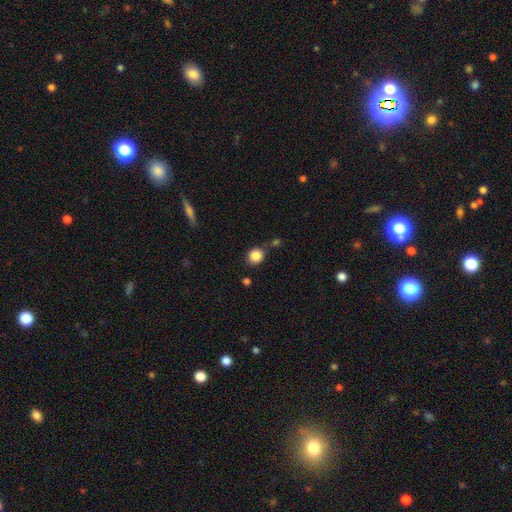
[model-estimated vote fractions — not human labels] A smooth galaxy with no disk features (86%) that is round (85%).

Vote fractions:
- Smooth or featured? smooth: 86% / star or artifact: 10% / featured or disk: 4%
- How rounded? round: 85% / in between: 14% / cigar-shaped: 1%
- Merging? none: 76% / minor disturbance: 13% / merger: 8% / major disturbance: 4%